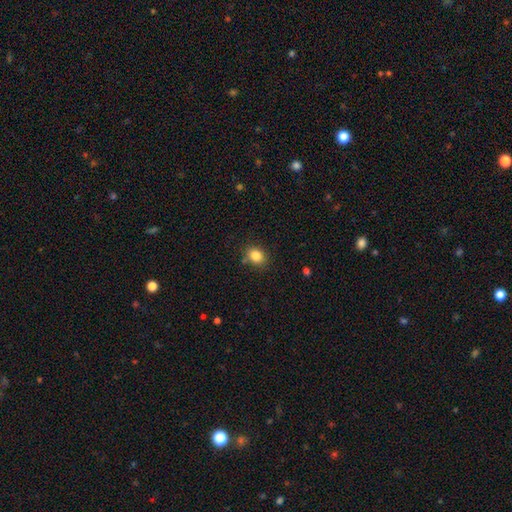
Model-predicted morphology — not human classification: This appears to be a smooth galaxy with no disk features (85%) that is round (51%). Merging: none (80%).